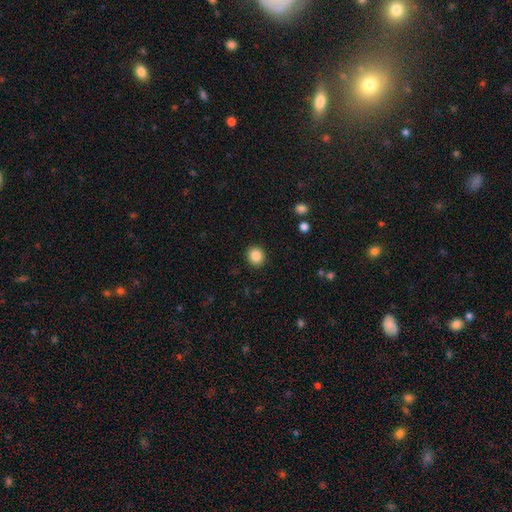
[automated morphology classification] smooth-or-featured: smooth: 86% | star or artifact: 10% | featured or disk: 4%
  how-rounded: round: 81% | in between: 18% | cigar-shaped: 1%
  merging: none: 92% | minor disturbance: 5% | major disturbance: 2% | merger: 1%